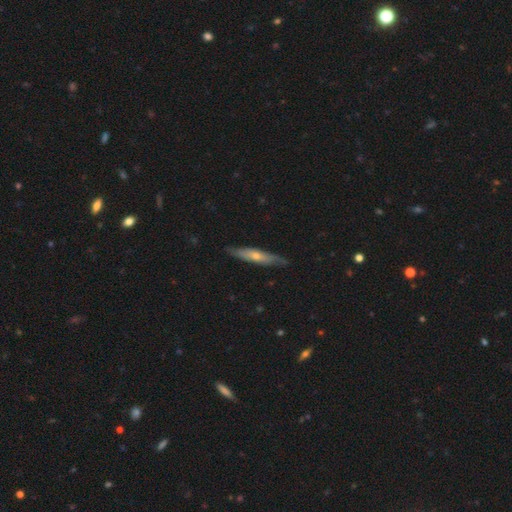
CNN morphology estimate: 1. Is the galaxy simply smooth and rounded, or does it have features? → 56% featured or disk, 38% smooth, 6% star or artifact.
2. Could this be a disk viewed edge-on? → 82% yes, 18% no.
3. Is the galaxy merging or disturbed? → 84% none, 13% minor disturbance, 2% major disturbance, 1% merger.